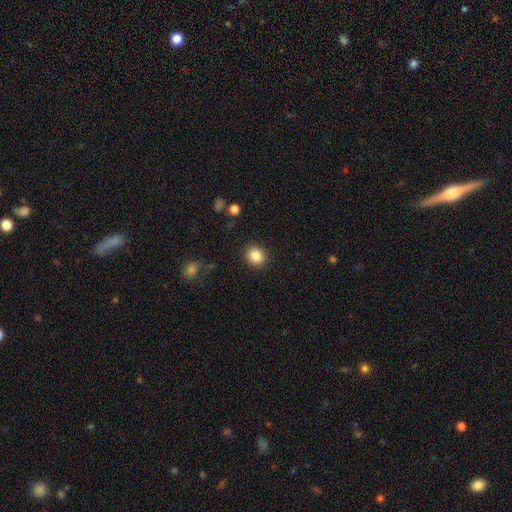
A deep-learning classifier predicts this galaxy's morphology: A smooth galaxy with no disk features (86%) that is round (81%).

Vote fractions:
- Smooth or featured? smooth: 86% / star or artifact: 10% / featured or disk: 5%
- How rounded? round: 81% / in between: 19% / cigar-shaped: 1%
- Merging? none: 89% / minor disturbance: 7% / major disturbance: 3% / merger: 1%